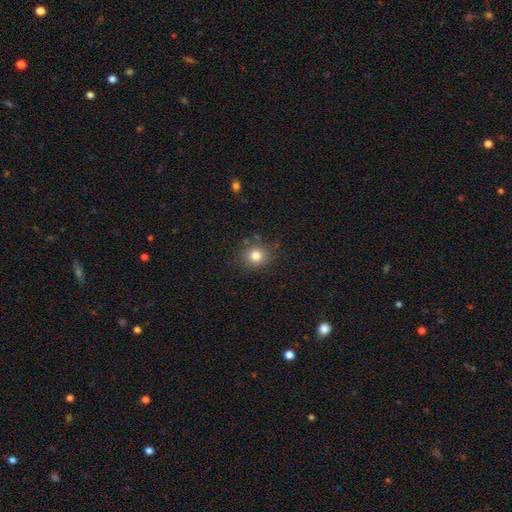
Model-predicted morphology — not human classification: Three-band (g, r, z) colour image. It shows a smooth galaxy with no disk features (80%) that is round (83%). Merging: none (83%).